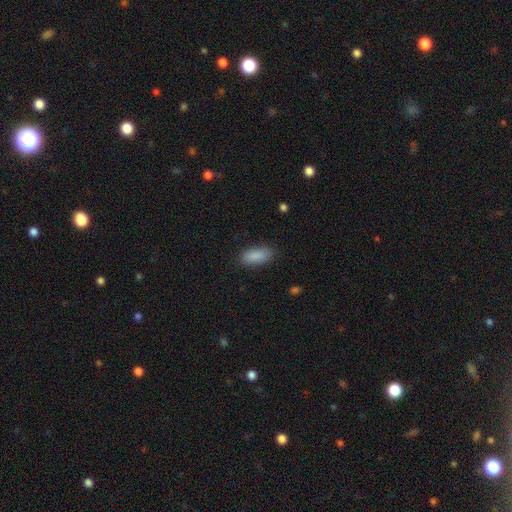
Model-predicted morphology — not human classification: Smooth or featured: smooth — 89% (star or artifact — 7%)
How rounded: in between — 86% (cigar-shaped — 12%)
Merging: none — 84% (minor disturbance — 12%)